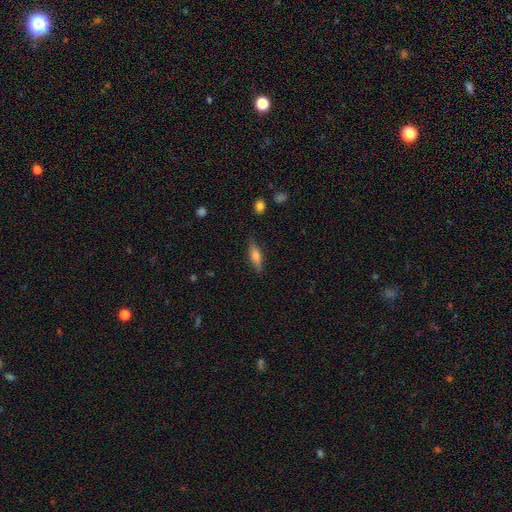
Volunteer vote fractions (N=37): Q: Smooth or featured?
A: smooth (68%); runner-up: featured or disk (27%)
Q: How rounded?
A: cigar-shaped (64%); runner-up: in between (28%)
Q: Merging?
A: none (94%); runner-up: merger (6%)